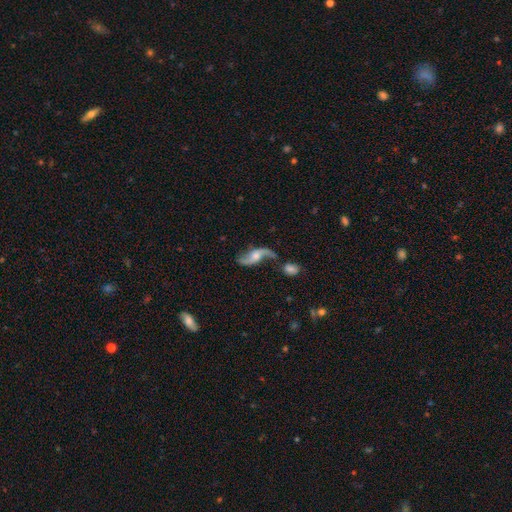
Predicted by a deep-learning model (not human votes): A featured or disk galaxy (82%) with no bar (55%), 2 (92%) loose (89%) spiral arms (94%) and a moderate central bulge (47%).

Vote fractions:
- Smooth or featured? featured or disk: 82% / smooth: 12% / star or artifact: 6%
- Edge-on disk? no: 93% / yes: 7%
- Bar? no: 55% / weak: 35% / strong: 10%
- Spiral arms? yes: 94% / no: 6%
- Spiral winding? loose: 89% / medium: 9% / tight: 3%
- Spiral arm count? 2: 92% / 1: 3% / can't tell: 2% / 3: 1% / 4: 1% / more than 4: 1%
- Bulge size? moderate: 47% / small: 29% / large: 11% / none: 11% / dominant: 2%
- Merging? none: 50% / merger: 20% / minor disturbance: 18% / major disturbance: 12%